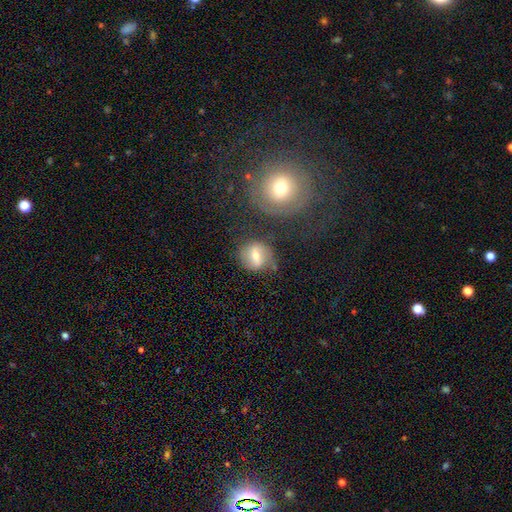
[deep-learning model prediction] smooth_or_featured: smooth (p=0.49) [alt: featured or disk p=0.42]
merging: none (p=0.63) [alt: minor disturbance p=0.19]